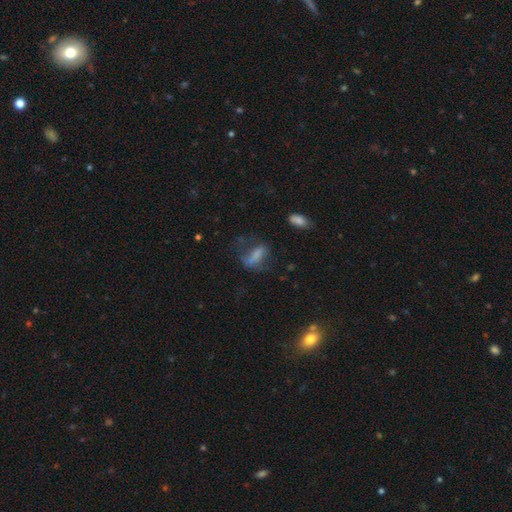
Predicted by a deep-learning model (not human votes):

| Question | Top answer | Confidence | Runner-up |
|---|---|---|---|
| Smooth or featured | smooth | 60% | featured or disk (27%) |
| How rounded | in between | 70% | cigar-shaped (22%) |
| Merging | none | 39% | major disturbance (34%) |